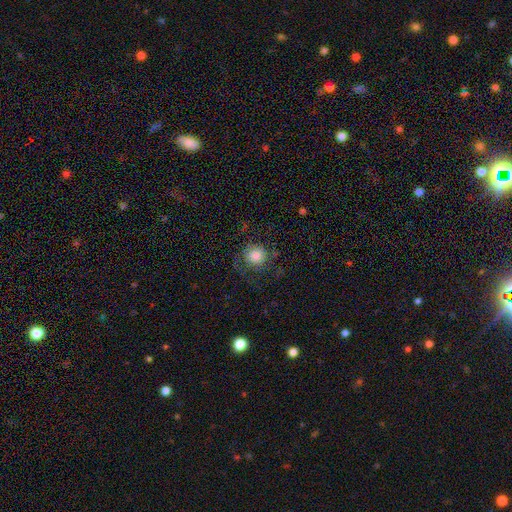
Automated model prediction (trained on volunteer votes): This is likely a smooth galaxy (76%). How rounded: clearly round (91%). Merging: likely none (68%).